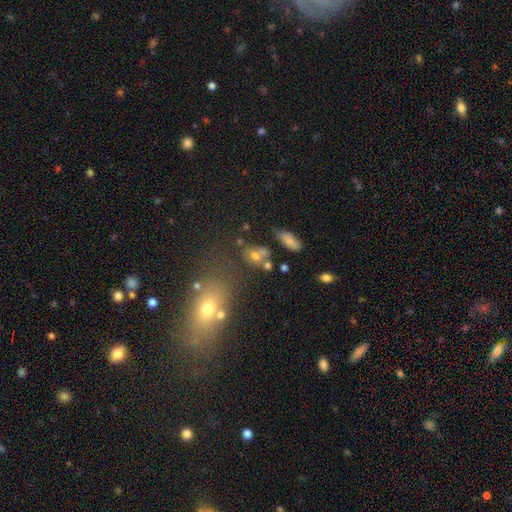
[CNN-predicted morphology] Q: Smooth or featured?
A: smooth (64%); runner-up: featured or disk (20%)
Q: How rounded?
A: in between (65%); runner-up: round (31%)
Q: Merging?
A: none (41%); runner-up: merger (32%)